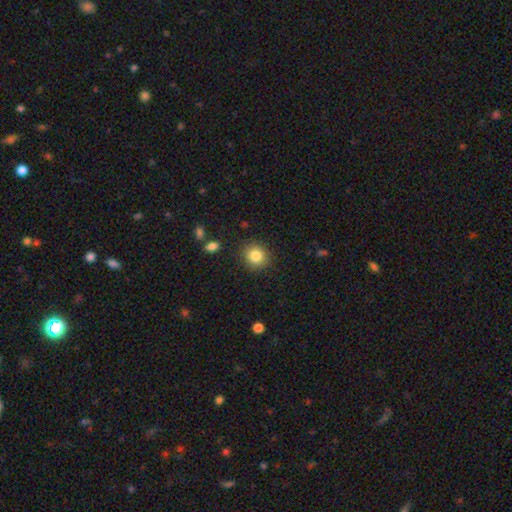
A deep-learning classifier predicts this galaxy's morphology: Q: Smooth or featured?
A: smooth (84%); runner-up: star or artifact (10%)
Q: How rounded?
A: round (85%); runner-up: in between (14%)
Q: Merging?
A: none (88%); runner-up: minor disturbance (8%)